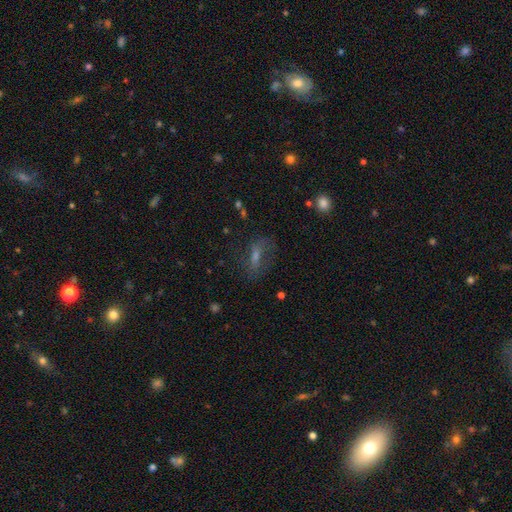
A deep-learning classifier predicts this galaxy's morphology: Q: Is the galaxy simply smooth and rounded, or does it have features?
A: featured or disk — 40%.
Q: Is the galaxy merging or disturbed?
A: none — 64%.